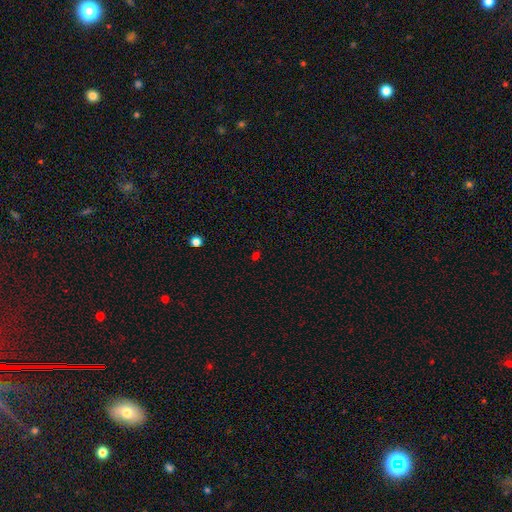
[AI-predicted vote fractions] smooth 51%, star or artifact 43%, featured or disk 6%. Down the decision tree: how rounded — round (50%); merging — none (79%).